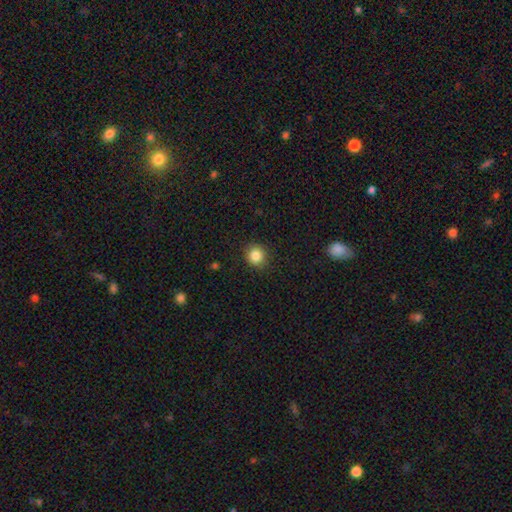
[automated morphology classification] smooth_or_featured: smooth (p=0.86) [alt: star or artifact p=0.10]
how_rounded: round (p=0.91) [alt: in between p=0.08]
merging: none (p=0.90) [alt: minor disturbance p=0.06]